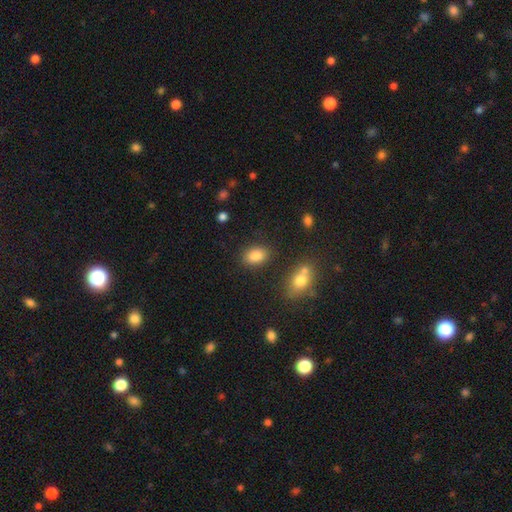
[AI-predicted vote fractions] A smooth galaxy with no disk features (84%) that is in between round and cigar-shaped (80%). Merging: none (83%).